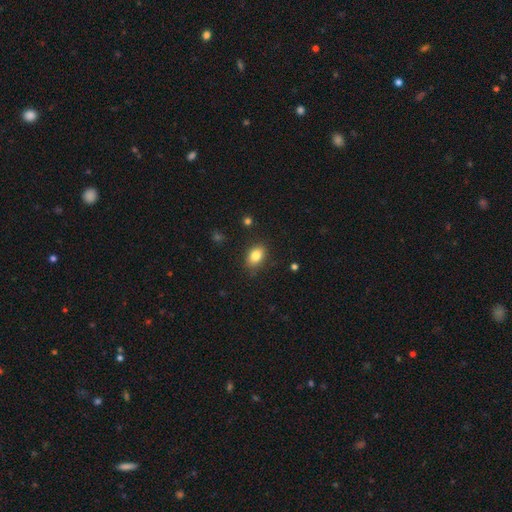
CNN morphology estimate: smooth 84%, star or artifact 9%, featured or disk 7%. Down the decision tree: how rounded — in between (82%); merging — none (83%).